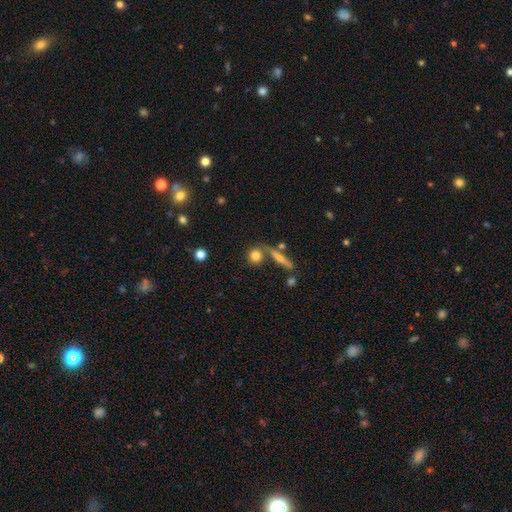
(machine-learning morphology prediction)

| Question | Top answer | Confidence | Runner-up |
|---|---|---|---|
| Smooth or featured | smooth | 77% | featured or disk (13%) |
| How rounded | round | 81% | in between (12%) |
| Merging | none | 68% | merger (17%) |